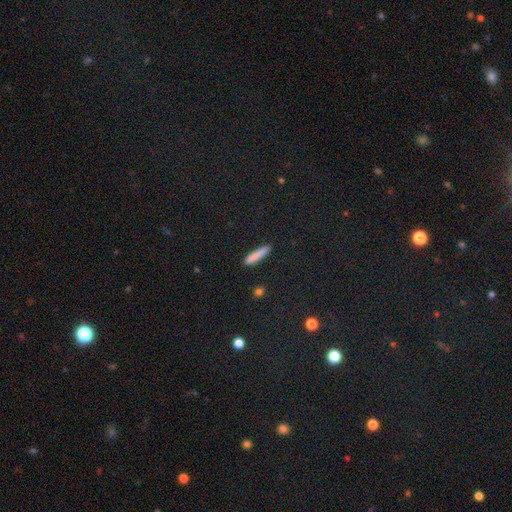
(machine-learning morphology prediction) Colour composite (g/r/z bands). It shows a smooth galaxy with no disk features (83%) that is cigar-shaped (91%). Merging: none (89%).